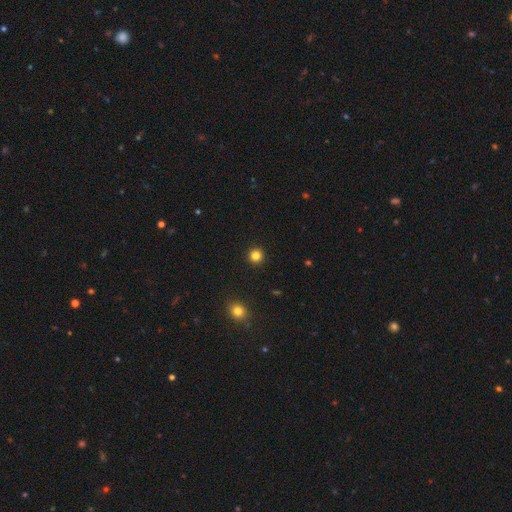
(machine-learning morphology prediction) type=smooth (82%); roundness=round (95%); merging=none (93%).